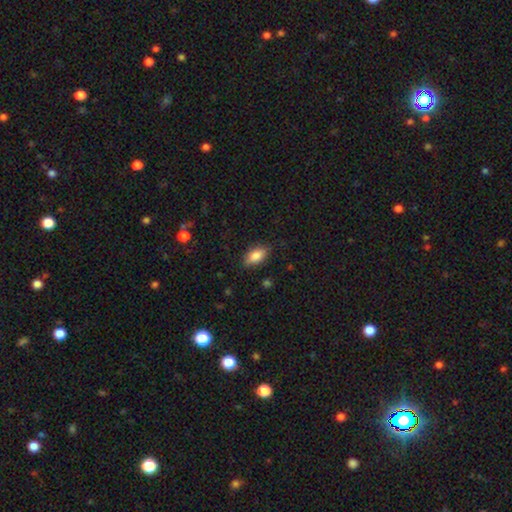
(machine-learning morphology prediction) smooth 82%, featured or disk 10%, star or artifact 8%. Down the decision tree: how rounded — in between (88%); merging — none (83%).